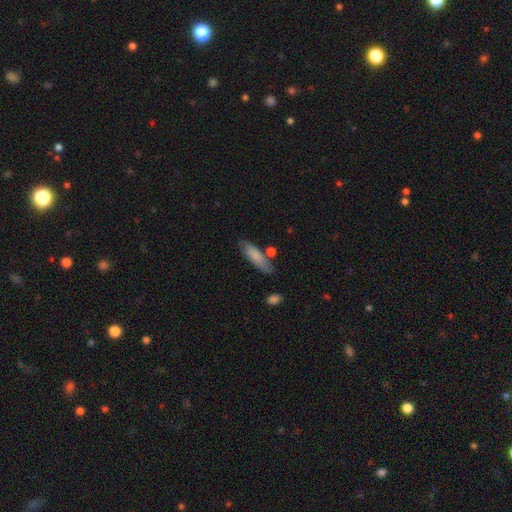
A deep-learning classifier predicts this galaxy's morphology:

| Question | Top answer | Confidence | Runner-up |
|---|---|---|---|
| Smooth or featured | smooth | 80% | featured or disk (14%) |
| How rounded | cigar-shaped | 53% | in between (45%) |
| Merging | none | 68% | minor disturbance (19%) |